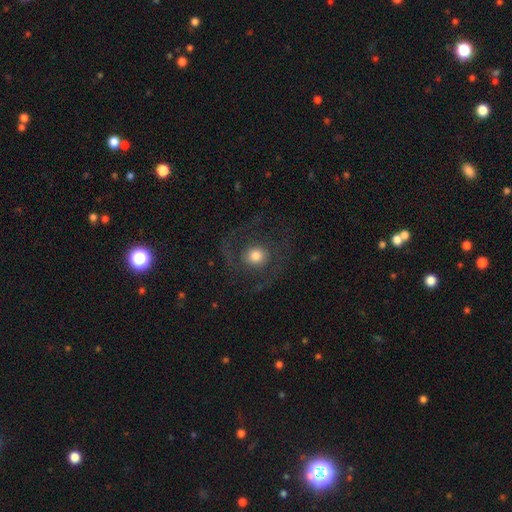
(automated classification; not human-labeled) smooth-or-featured: featured or disk: 56% | smooth: 35% | star or artifact: 9%
  disk-edge-on: no: 97% | yes: 3%
    bar: no: 78% | weak: 17% | strong: 5%
    has-spiral-arms: yes: 75% | no: 25%
    bulge-size: moderate: 57% | large: 25% | small: 12% | dominant: 4% | none: 2%
  merging: none: 68% | major disturbance: 18% | minor disturbance: 13% | merger: 2%